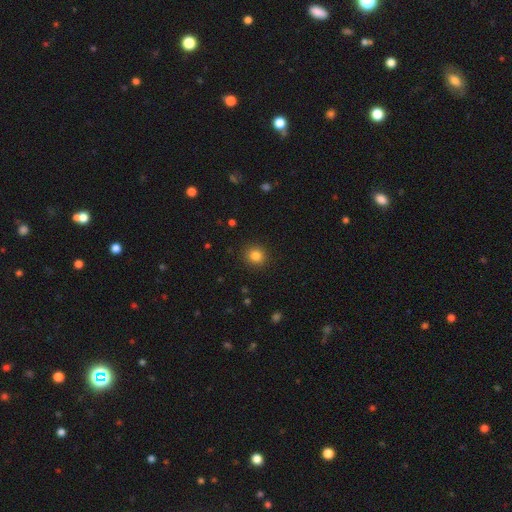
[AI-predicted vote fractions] Morphology: type=smooth (84%); roundness=round (86%); merging=none (91%).